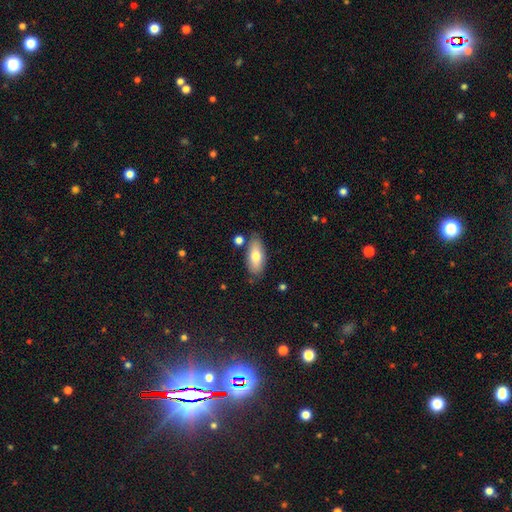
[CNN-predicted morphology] Smooth or featured?
  - smooth: 74% *
  - featured or disk: 20%
  - star or artifact: 6%
How rounded?
  - in between: 83% *
  - cigar-shaped: 14%
  - round: 3%
Merging?
  - none: 77% *
  - minor disturbance: 14%
  - merger: 5%
  - major disturbance: 3%